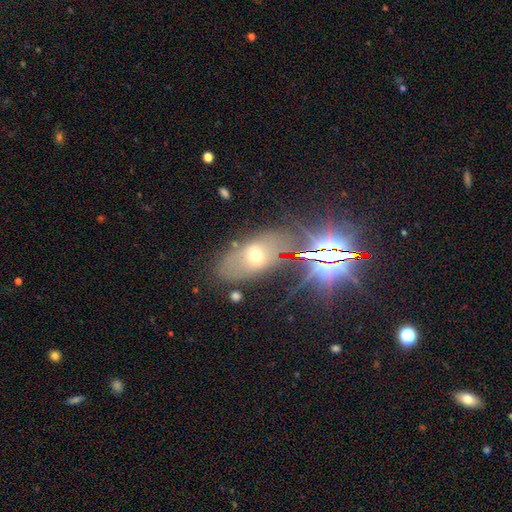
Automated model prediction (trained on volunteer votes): Overall: smooth (46%; featured or disk 31%). Merging: none (67%).